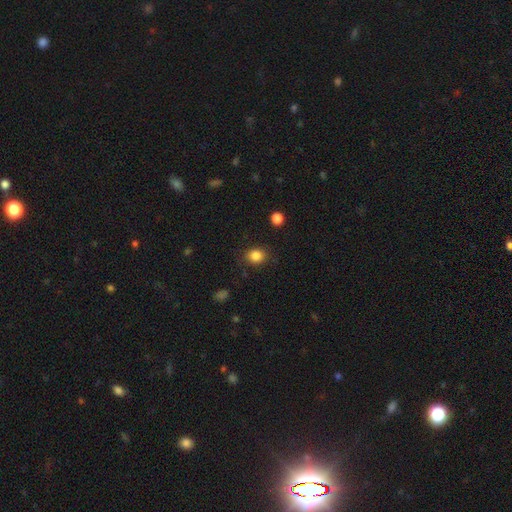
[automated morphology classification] type=smooth (85%); roundness=round (68%); merging=none (85%).